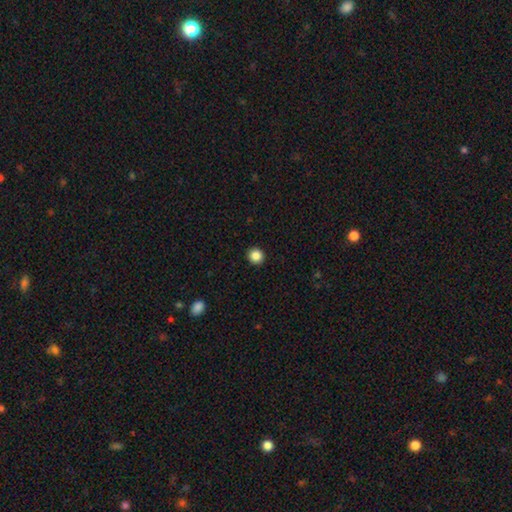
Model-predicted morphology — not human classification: smooth 86%, star or artifact 10%, featured or disk 3%. Down the decision tree: how rounded — round (93%); merging — none (93%).